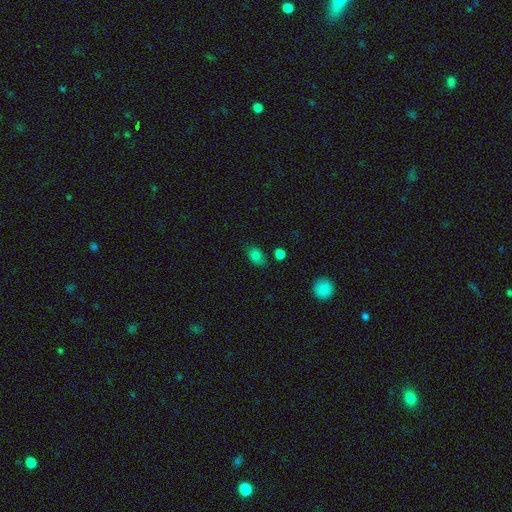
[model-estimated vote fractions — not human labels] This appears to be a smooth galaxy with no disk features (81%) that is in between round and cigar-shaped (81%). Merging: none (69%).